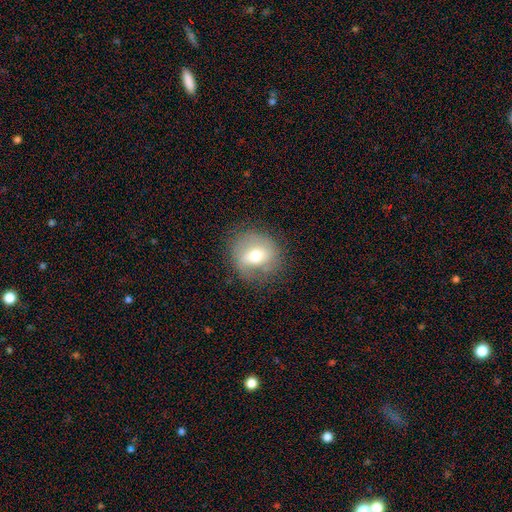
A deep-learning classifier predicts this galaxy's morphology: Smooth or featured: smooth — 53% (featured or disk — 37%)
How rounded: round — 80% (in between — 19%)
Merging: none — 75% (minor disturbance — 16%)